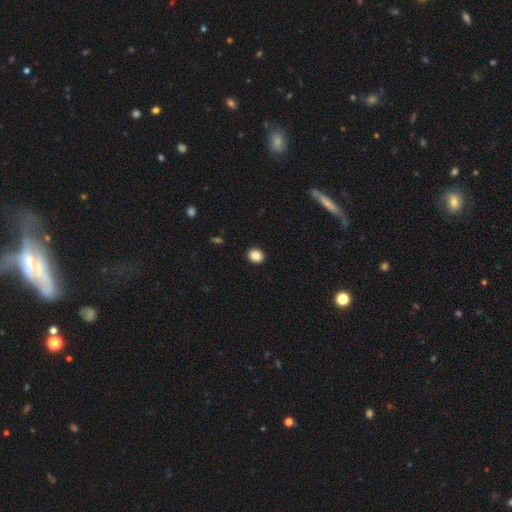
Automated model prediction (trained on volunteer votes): A smooth galaxy with no disk features (87%) that is round (59%). Merging: none (92%).